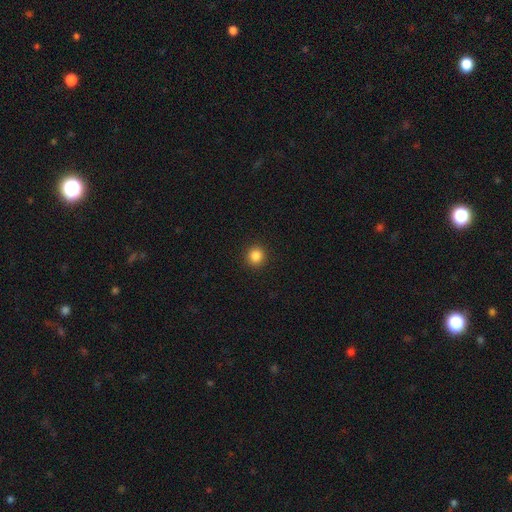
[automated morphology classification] A smooth galaxy with no disk features (85%) that is round (91%). Merging: none (92%).